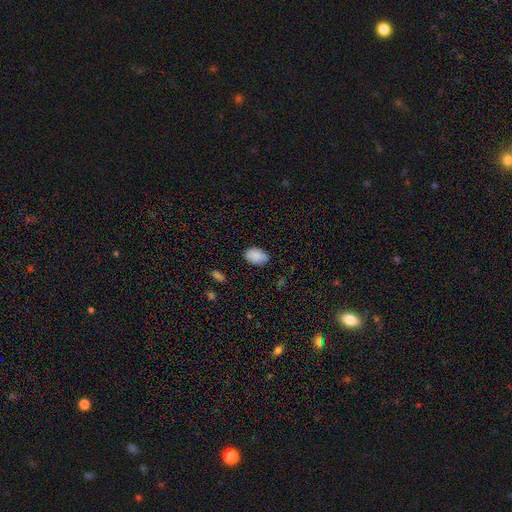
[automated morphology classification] smooth 88%, star or artifact 8%, featured or disk 4%. Down the decision tree: how rounded — in between (87%); merging — none (77%).